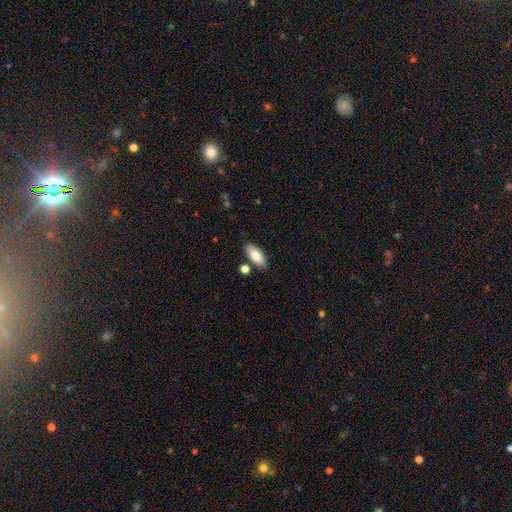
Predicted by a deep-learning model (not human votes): Smooth or featured? smooth (84%)
How rounded? in between (85%)
Merging? none (81%)